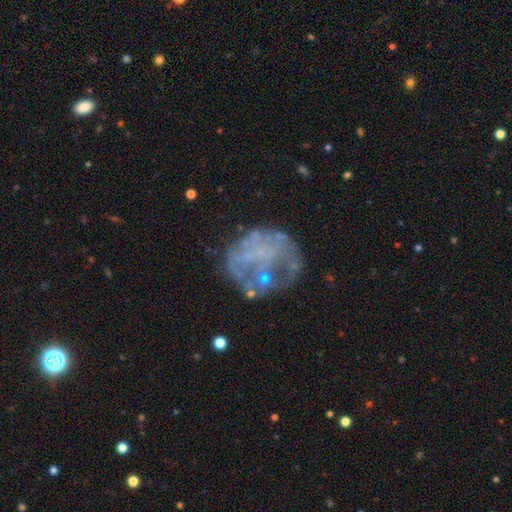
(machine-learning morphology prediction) featured or disk 59%, smooth 24%, star or artifact 17%. Down the decision tree: edge-on disk — no (98%); bar — no (85%); spiral arms — no (78%); bulge size — none (74%); merging — none (56%).